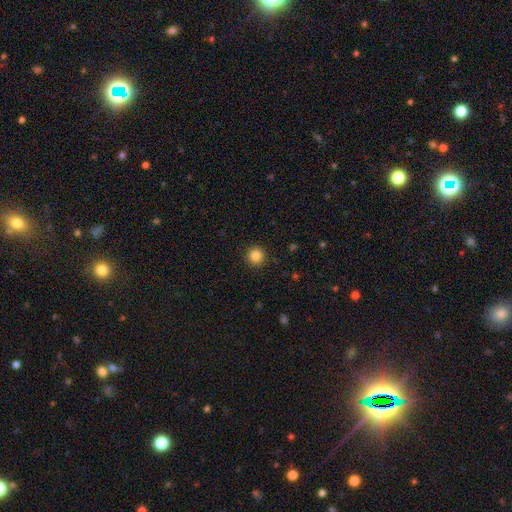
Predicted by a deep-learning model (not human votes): A smooth galaxy with no disk features (84%) that is round (95%).

Vote fractions:
- Smooth or featured? smooth: 84% / star or artifact: 11% / featured or disk: 4%
- How rounded? round: 95% / in between: 4% / cigar-shaped: 1%
- Merging? none: 92% / minor disturbance: 5% / major disturbance: 2% / merger: 1%